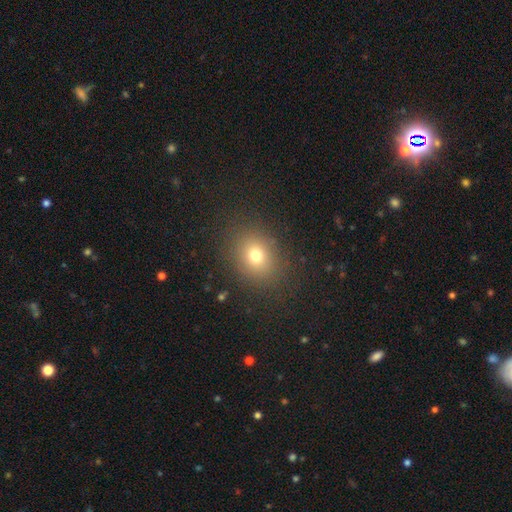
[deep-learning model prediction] smooth 73%, star or artifact 16%, featured or disk 11%. Down the decision tree: how rounded — round (59%); merging — none (85%).